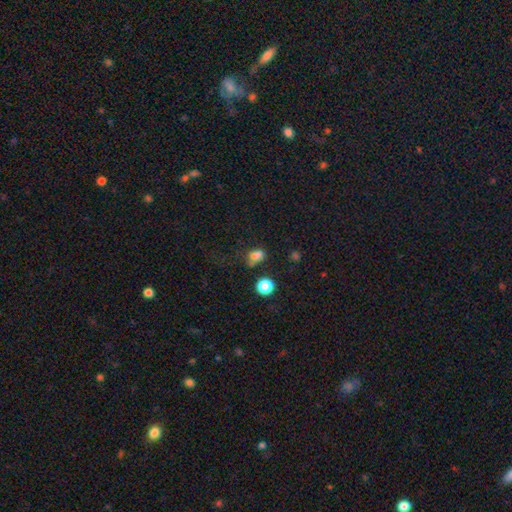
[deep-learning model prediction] smooth 74%, star or artifact 19%, featured or disk 7%. Down the decision tree: how rounded — in between (65%); merging — none (53%).